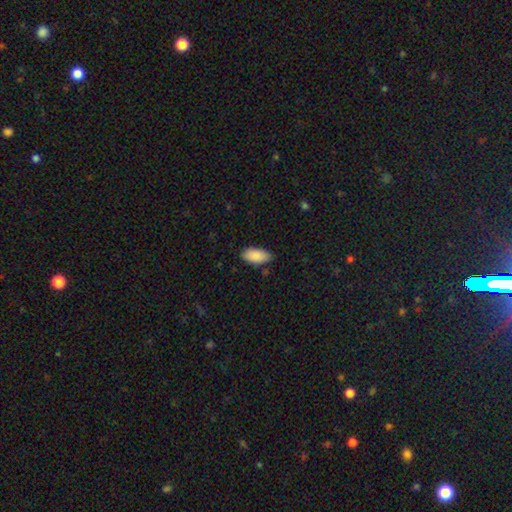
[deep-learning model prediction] Q: Smooth or featured?
A: smooth (89%); runner-up: star or artifact (6%)
Q: How rounded?
A: in between (92%); runner-up: cigar-shaped (6%)
Q: Merging?
A: none (83%); runner-up: minor disturbance (13%)